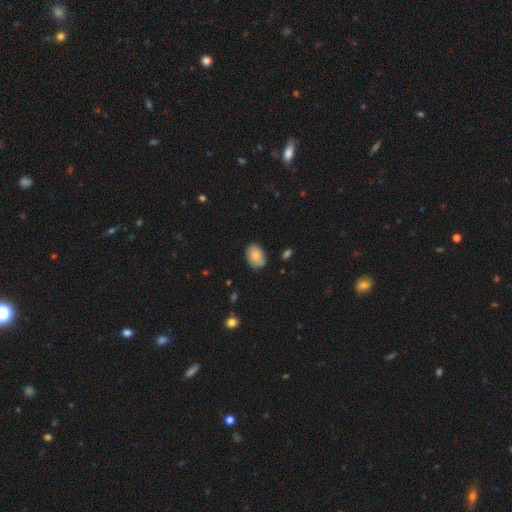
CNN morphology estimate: smooth 83%, featured or disk 10%, star or artifact 7%. Down the decision tree: how rounded — in between (85%); merging — none (76%).